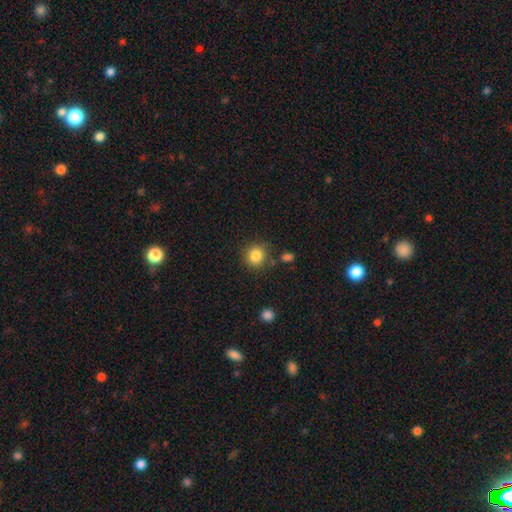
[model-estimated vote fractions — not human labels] Morphology: type=smooth (84%); roundness=round (90%); merging=none (81%).